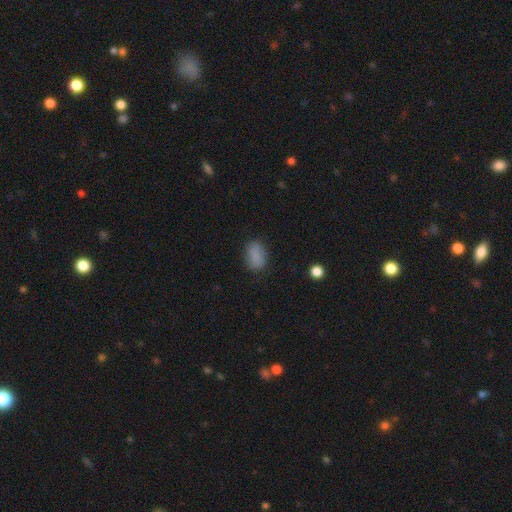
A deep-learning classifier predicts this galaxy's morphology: Smooth or featured? Predicted: smooth (p=0.84). How rounded? Predicted: in between (p=0.85). Merging? Predicted: none (p=0.77).